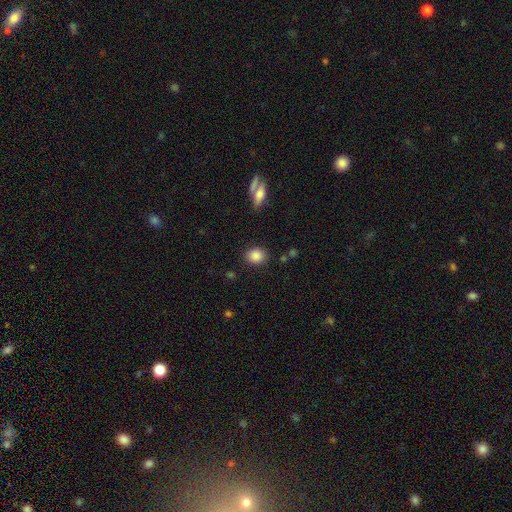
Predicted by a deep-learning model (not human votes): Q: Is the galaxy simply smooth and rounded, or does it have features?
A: smooth — 86%.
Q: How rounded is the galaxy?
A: round — 56%.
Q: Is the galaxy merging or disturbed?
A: none — 86%.